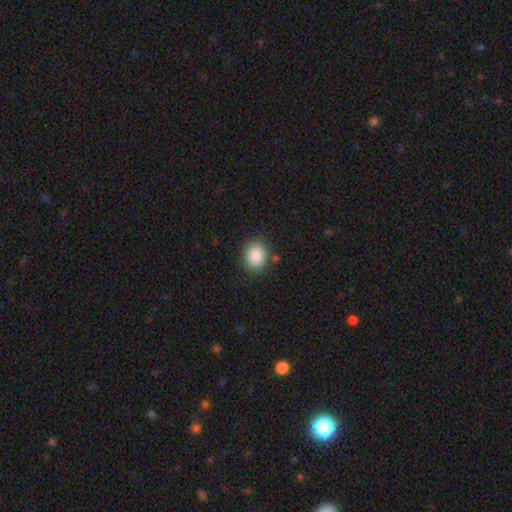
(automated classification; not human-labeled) A smooth galaxy with no disk features (88%) that is in between round and cigar-shaped (51%). Merging: none (84%).